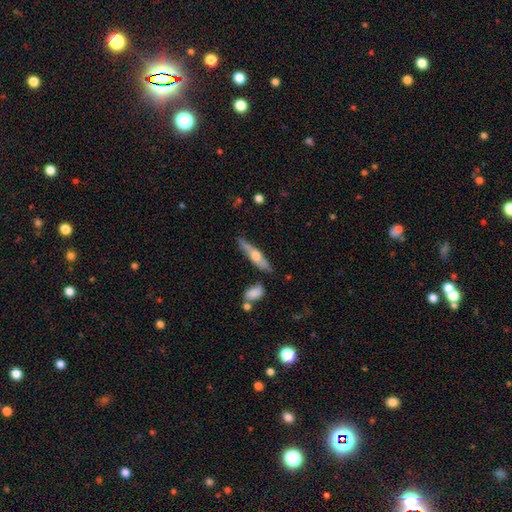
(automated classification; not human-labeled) A featured or disk galaxy (52%) viewed edge-on (90%).

Vote fractions:
- Smooth or featured? featured or disk: 52% / smooth: 42% / star or artifact: 6%
- Edge-on disk? yes: 90% / no: 10%
- Merging? none: 79% / minor disturbance: 14% / merger: 4% / major disturbance: 3%